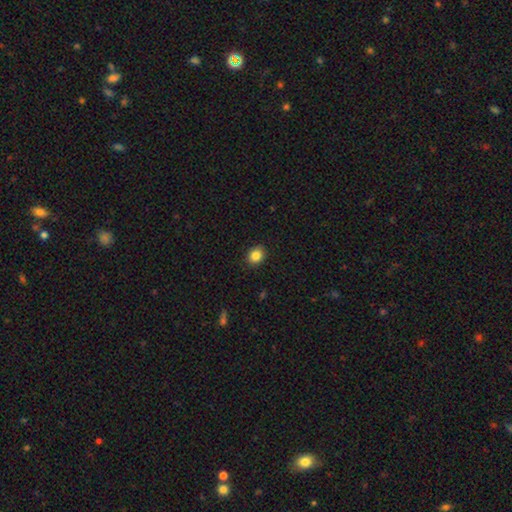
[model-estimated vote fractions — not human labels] Smooth or featured?
  - smooth: 85% *
  - star or artifact: 10%
  - featured or disk: 5%
How rounded?
  - round: 58% *
  - in between: 41%
  - cigar-shaped: 1%
Merging?
  - none: 90% *
  - minor disturbance: 7%
  - major disturbance: 2%
  - merger: 1%